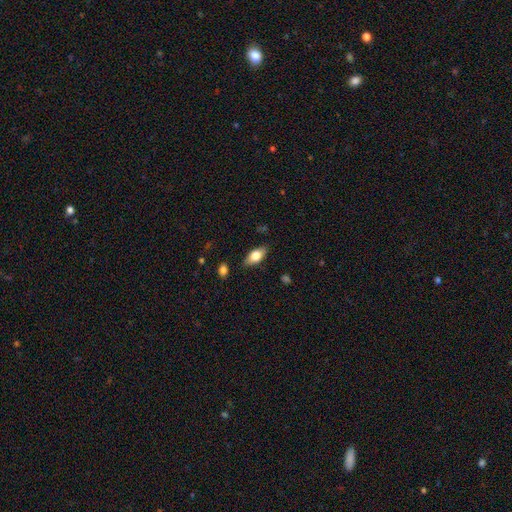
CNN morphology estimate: A smooth galaxy with no disk features (72%) that is in between round and cigar-shaped (86%).

Vote fractions:
- Smooth or featured? smooth: 72% / featured or disk: 20% / star or artifact: 7%
- How rounded? in between: 86% / cigar-shaped: 9% / round: 4%
- Merging? none: 83% / minor disturbance: 13% / major disturbance: 3% / merger: 1%